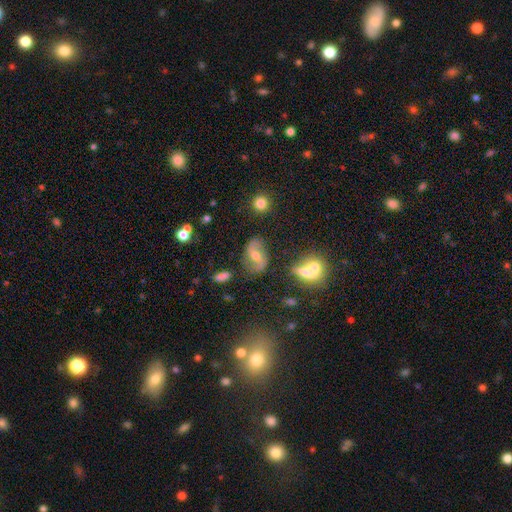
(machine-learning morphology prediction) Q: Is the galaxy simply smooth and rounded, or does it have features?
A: featured or disk — 68%.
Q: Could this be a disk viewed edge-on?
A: no — 95%.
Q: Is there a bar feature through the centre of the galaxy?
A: weak — 43%.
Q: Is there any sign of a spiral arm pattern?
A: yes — 87%.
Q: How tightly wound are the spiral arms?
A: loose — 61%.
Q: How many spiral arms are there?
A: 2 — 90%.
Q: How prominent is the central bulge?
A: moderate — 68%.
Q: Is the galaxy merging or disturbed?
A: none — 72%.